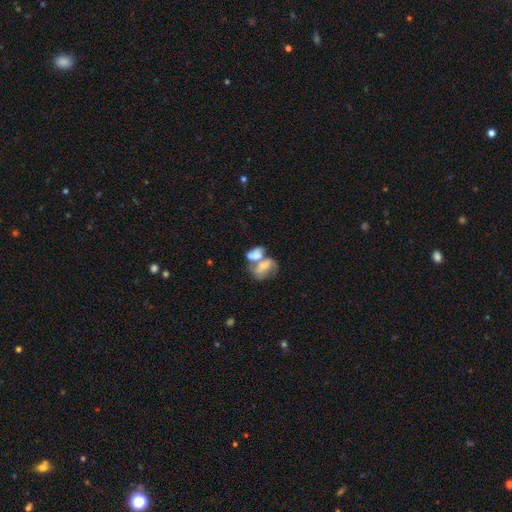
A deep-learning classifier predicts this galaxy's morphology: smooth 55%, featured or disk 36%, star or artifact 9%. Down the decision tree: how rounded — in between (84%); merging — merger (70%).